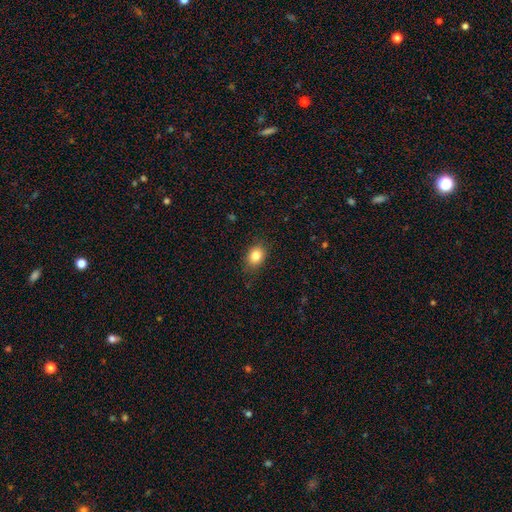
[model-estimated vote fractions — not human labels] Smooth or featured? smooth (83%)
How rounded? in between (62%)
Merging? none (83%)